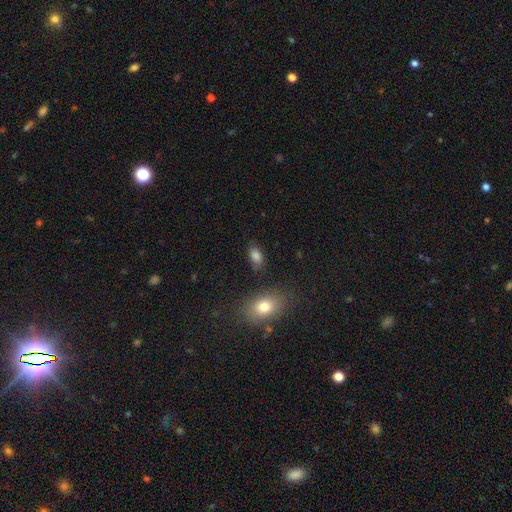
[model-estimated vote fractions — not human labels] Smooth or featured: smooth — 84% (star or artifact — 10%)
How rounded: in between — 90% (round — 7%)
Merging: none — 75% (minor disturbance — 16%)